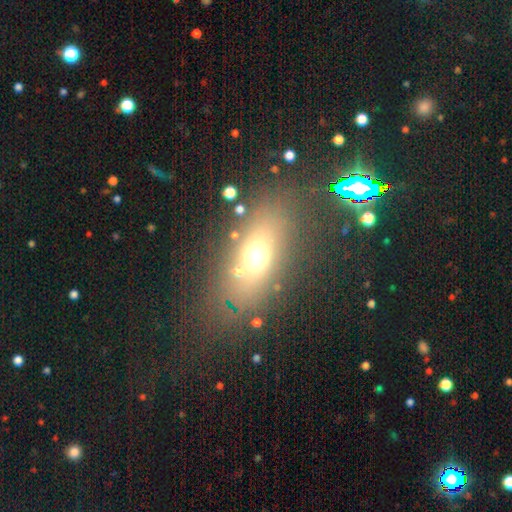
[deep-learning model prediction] This is possibly a smooth galaxy (55%). How rounded: likely in between (69%). Merging: likely none (73%).